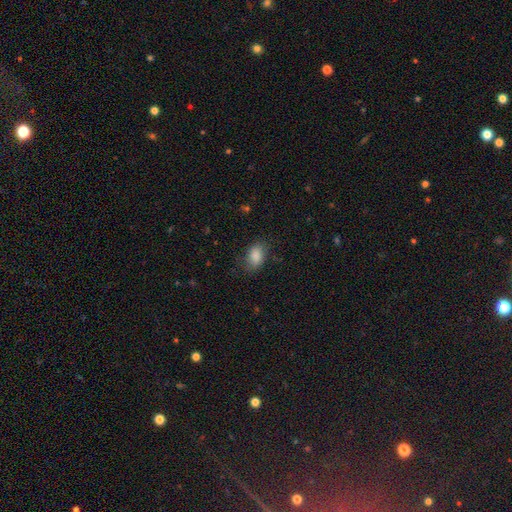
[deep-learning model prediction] Morphology: type=smooth (86%); roundness=in between (87%); merging=none (73%).